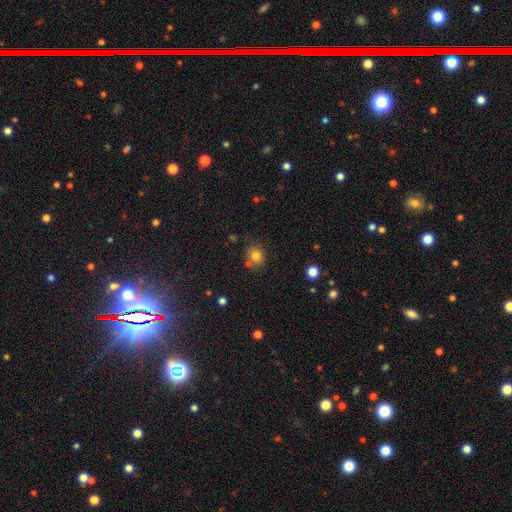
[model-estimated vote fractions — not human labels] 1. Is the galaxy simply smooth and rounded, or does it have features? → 78% smooth, 13% star or artifact, 9% featured or disk.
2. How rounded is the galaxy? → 60% round, 39% in between, 1% cigar-shaped.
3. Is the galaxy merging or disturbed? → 68% none, 15% minor disturbance, 12% merger, 4% major disturbance.